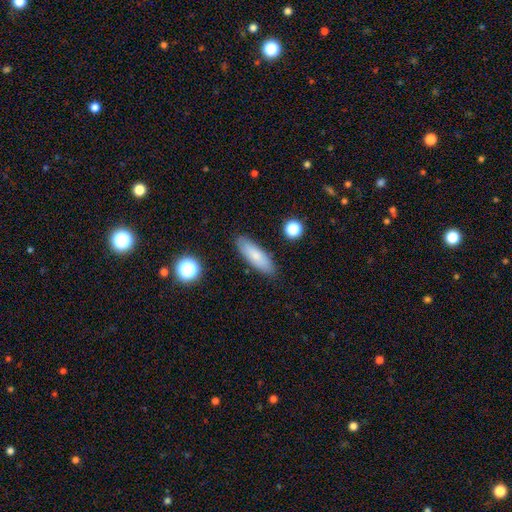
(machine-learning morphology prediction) type=smooth (76%); roundness=in between (52%); merging=none (87%).